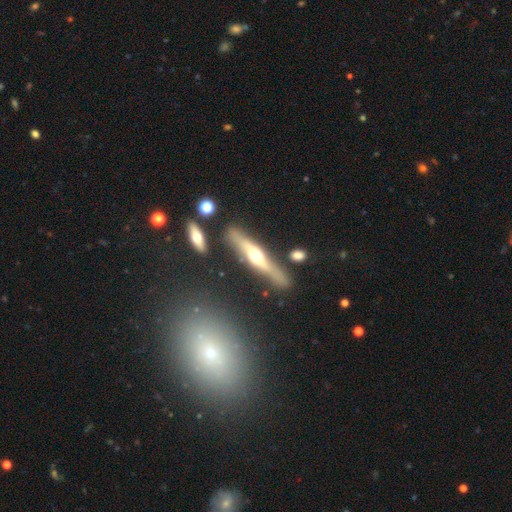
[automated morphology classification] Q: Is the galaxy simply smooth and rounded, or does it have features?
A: featured or disk — 67%.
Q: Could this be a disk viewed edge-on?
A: yes — 92%.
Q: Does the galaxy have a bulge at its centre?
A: rounded — 91%.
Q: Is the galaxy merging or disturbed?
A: none — 77%.